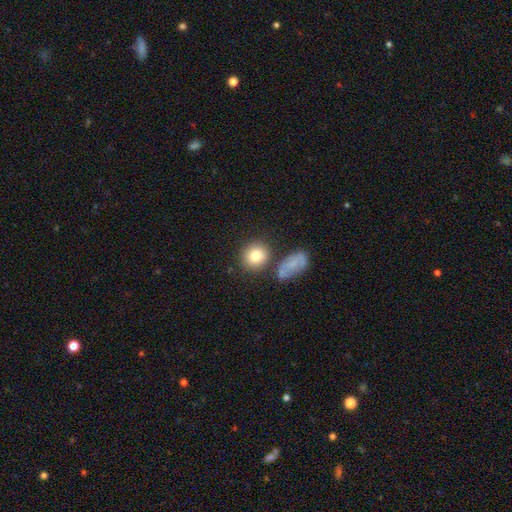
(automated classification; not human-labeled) smooth_or_featured: smooth (p=0.79) [alt: featured or disk p=0.12]
how_rounded: round (p=0.84) [alt: in between p=0.15]
merging: none (p=0.72) [alt: minor disturbance p=0.12]